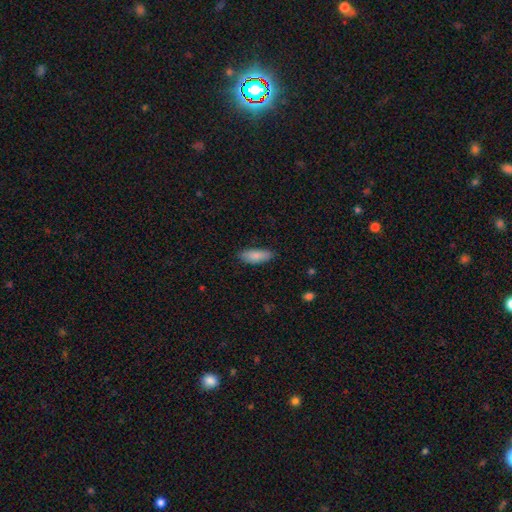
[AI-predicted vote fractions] Q: Smooth or featured?
A: smooth (86%); runner-up: featured or disk (8%)
Q: How rounded?
A: in between (74%); runner-up: cigar-shaped (24%)
Q: Merging?
A: none (84%); runner-up: minor disturbance (13%)